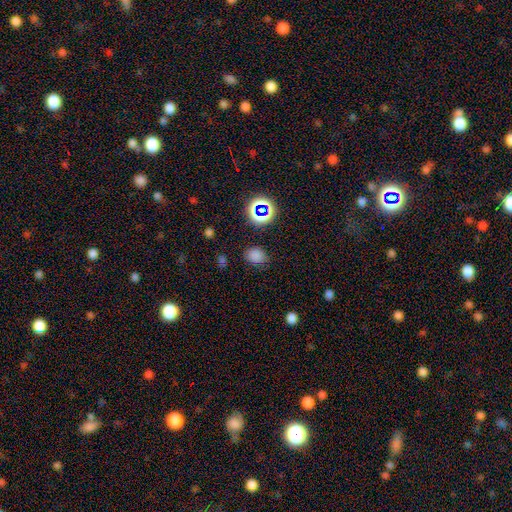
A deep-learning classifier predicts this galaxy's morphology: type=smooth (74%); roundness=in between (51%); merging=none (80%).